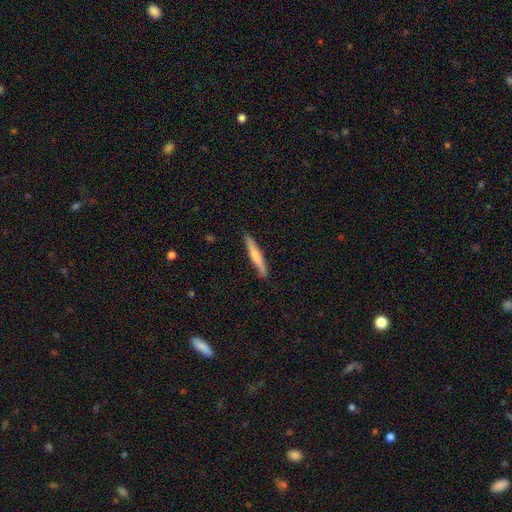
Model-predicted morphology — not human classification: A smooth galaxy with no disk features (63%) that is cigar-shaped (94%).

Vote fractions:
- Smooth or featured? smooth: 63% / featured or disk: 32% / star or artifact: 5%
- How rounded? cigar-shaped: 94% / in between: 5% / round: 1%
- Merging? none: 87% / minor disturbance: 10% / major disturbance: 2% / merger: 1%